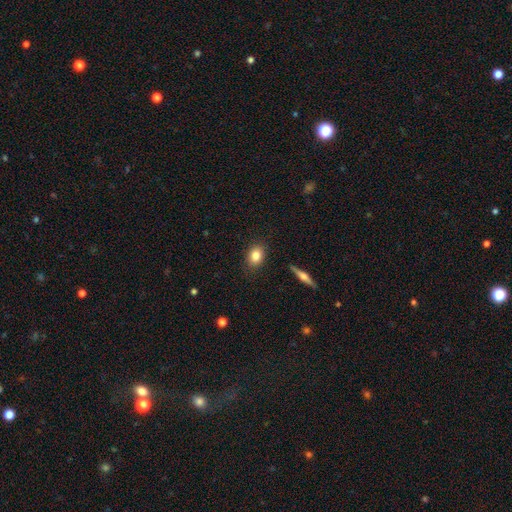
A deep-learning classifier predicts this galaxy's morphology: Smooth or featured? Predicted: smooth (p=0.81). How rounded? Predicted: in between (p=0.63). Merging? Predicted: none (p=0.86).